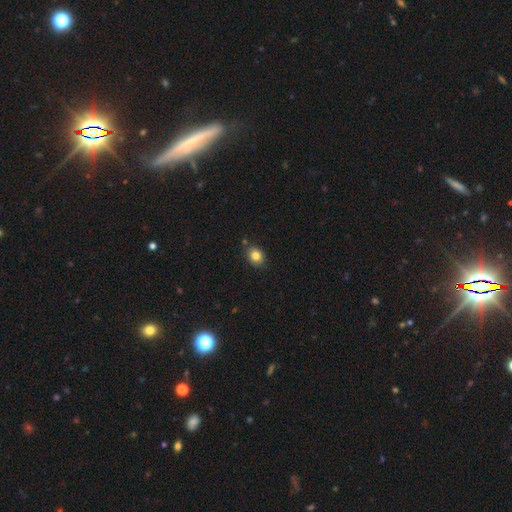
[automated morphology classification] Smooth or featured?
  - smooth: 83% *
  - star or artifact: 10%
  - featured or disk: 7%
How rounded?
  - in between: 55% *
  - round: 44%
  - cigar-shaped: 1%
Merging?
  - none: 83% *
  - minor disturbance: 12%
  - merger: 4%
  - major disturbance: 2%